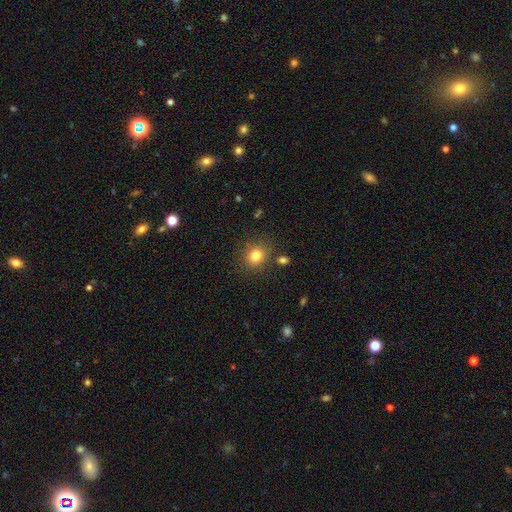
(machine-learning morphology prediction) This is clearly a smooth galaxy (81%). How rounded: likely round (74%). Merging: clearly none (82%).